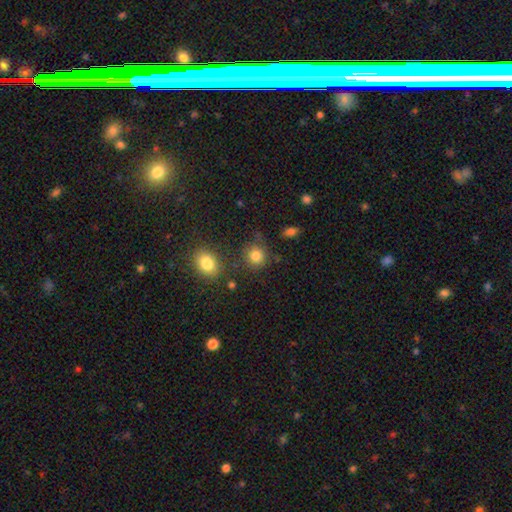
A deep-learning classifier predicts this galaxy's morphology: This appears to be a smooth galaxy with no disk features (82%) that is round (84%). Merging: none (74%).